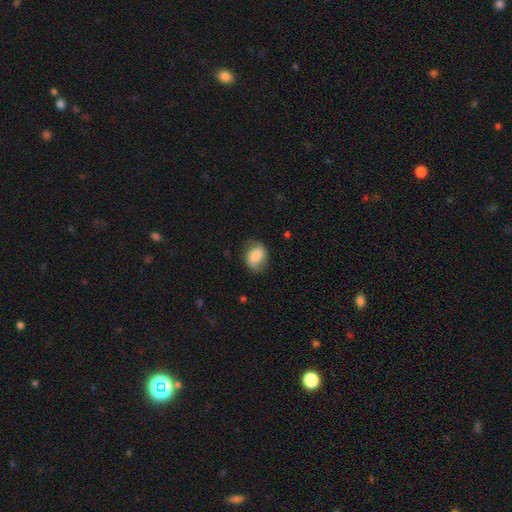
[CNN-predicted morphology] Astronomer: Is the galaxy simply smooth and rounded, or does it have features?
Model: smooth — 71%.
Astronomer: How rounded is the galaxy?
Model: in between — 68%.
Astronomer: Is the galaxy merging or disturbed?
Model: none — 70%.